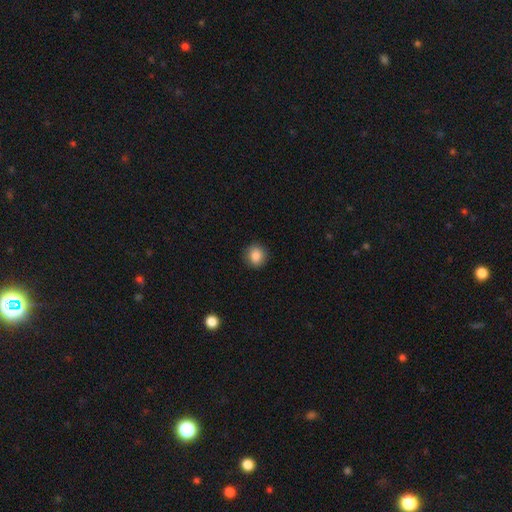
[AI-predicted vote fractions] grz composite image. It shows a smooth galaxy with no disk features (85%) that is round (88%). Merging: none (88%).